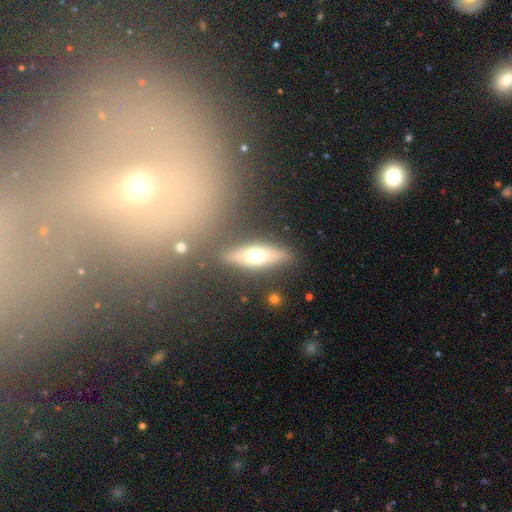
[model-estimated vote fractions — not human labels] This appears to be a smooth galaxy with no disk features (53%) that is cigar-shaped (52%). Merging: none (83%).